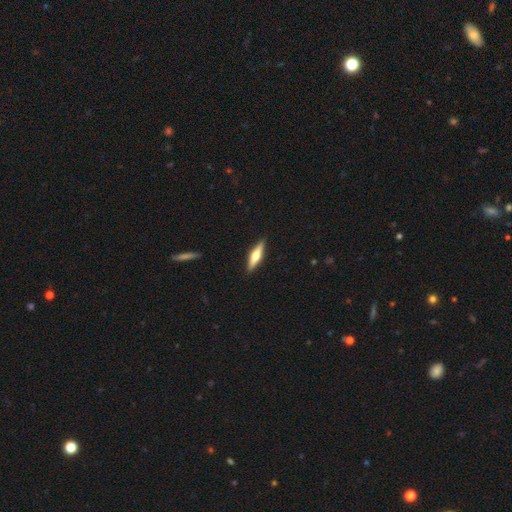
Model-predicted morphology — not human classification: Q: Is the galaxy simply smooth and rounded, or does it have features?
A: featured or disk — 53%.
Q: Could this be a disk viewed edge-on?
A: yes — 95%.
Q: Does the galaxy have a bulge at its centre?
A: rounded — 90%.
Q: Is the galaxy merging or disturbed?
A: none — 90%.